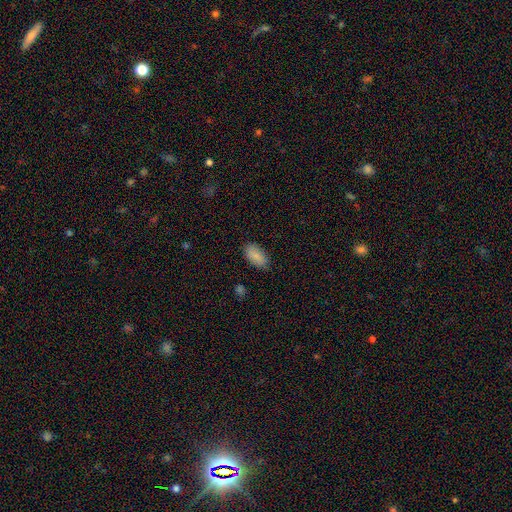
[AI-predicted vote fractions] This appears to be a smooth galaxy with no disk features (87%) that is in between round and cigar-shaped (93%). Merging: none (83%).